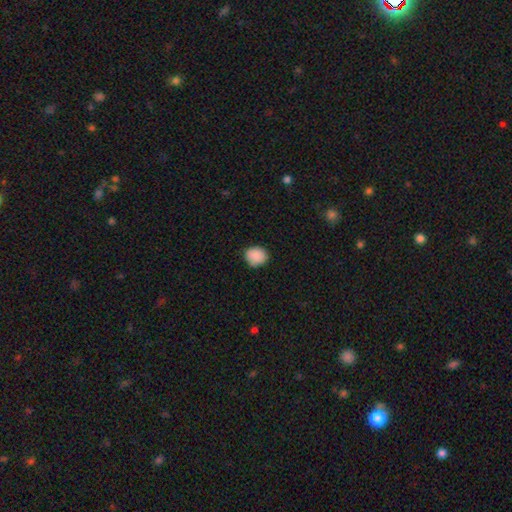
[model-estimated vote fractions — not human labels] This appears to be a smooth galaxy with no disk features (89%) that is round (73%). Merging: none (82%).